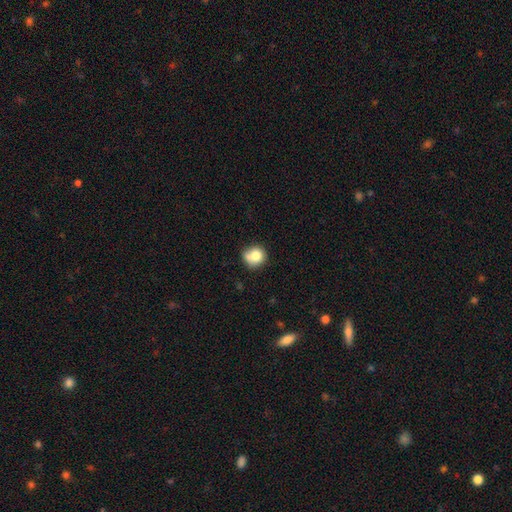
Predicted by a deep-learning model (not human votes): smooth-or-featured: smooth: 78% | featured or disk: 13% | star or artifact: 10%
  how-rounded: round: 85% | in between: 15% | cigar-shaped: 1%
  merging: none: 53% | minor disturbance: 21% | merger: 18% | major disturbance: 7%